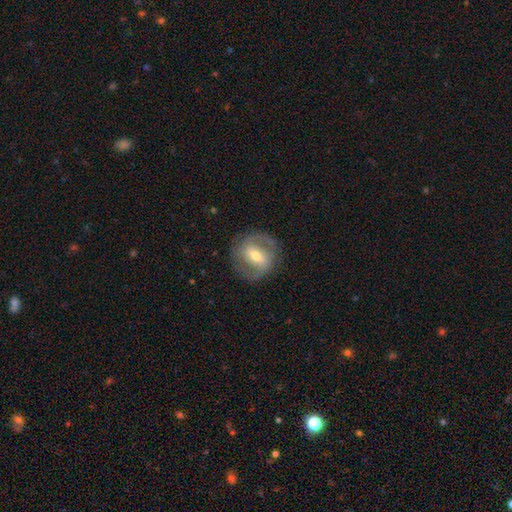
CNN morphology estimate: The model was most divided on "bar": weak: 42%, strong: 41%, no: 17%. Remaining: edge-on disk — no (96%); spiral arms — yes (87%); spiral arm count — 2 (85%); merging — none (81%); smooth or featured — featured or disk (78%); bulge size — moderate (60%); spiral winding — medium (48%).